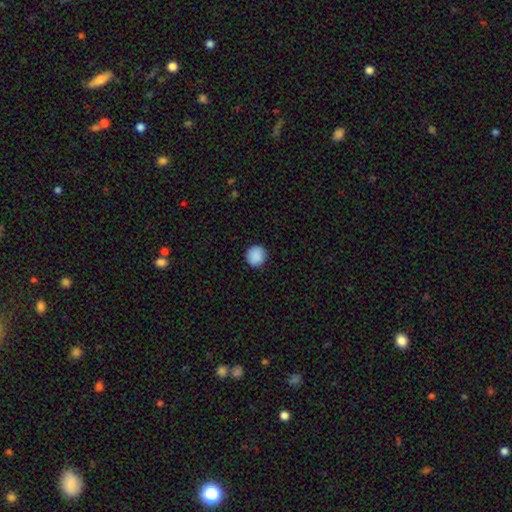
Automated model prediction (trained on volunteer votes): Smooth or featured? smooth (90%)
How rounded? round (93%)
Merging? none (91%)